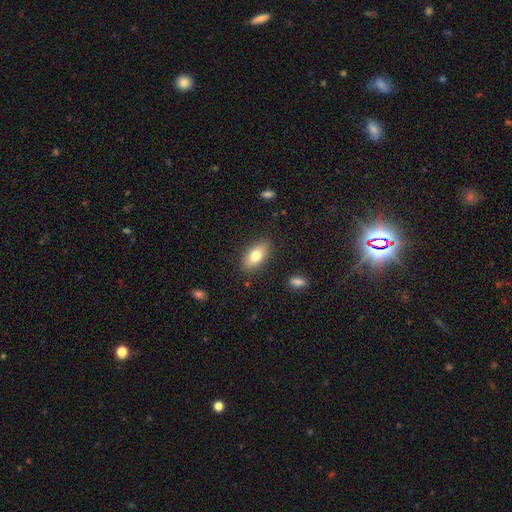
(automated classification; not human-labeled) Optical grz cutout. It shows a smooth galaxy with no disk features (77%) that is in between round and cigar-shaped (88%). Merging: none (86%).